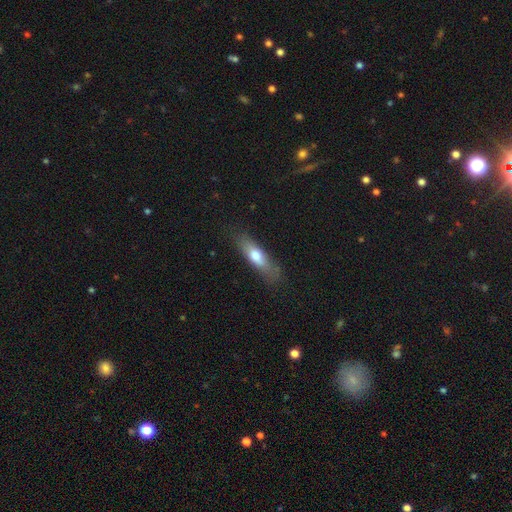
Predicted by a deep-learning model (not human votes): A smooth galaxy with no disk features (67%) that is cigar-shaped (56%). Merging: none (77%).